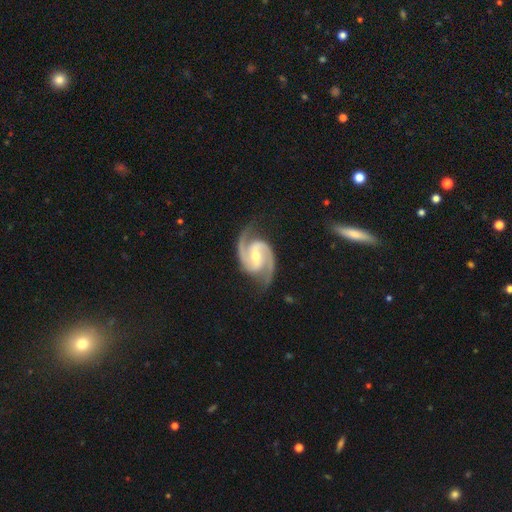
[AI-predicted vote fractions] Overall: featured or disk (94%). Edge-on disk: no (98%). Bar: weak (45%; strong 38%). Spiral arms: yes (99%). Spiral arm count: 2 (93%). Spiral winding: medium (64%). Bulge size: moderate (52%; small 44%). Merging: none (81%).